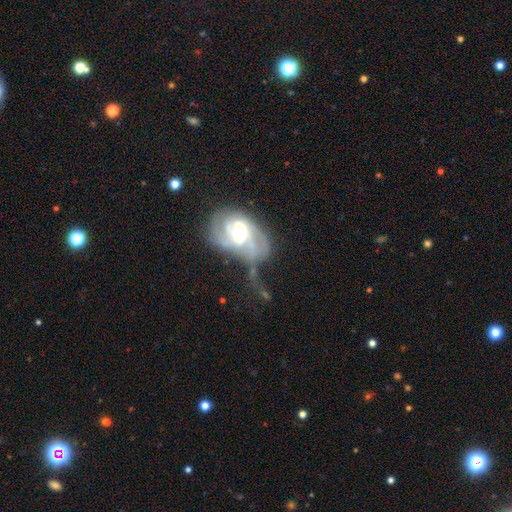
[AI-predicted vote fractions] This appears to be a featured or disk galaxy (70%) with no bar (51%), spiral arms (72%) and a moderate central bulge (67%). Merging: major disturbance (34%).